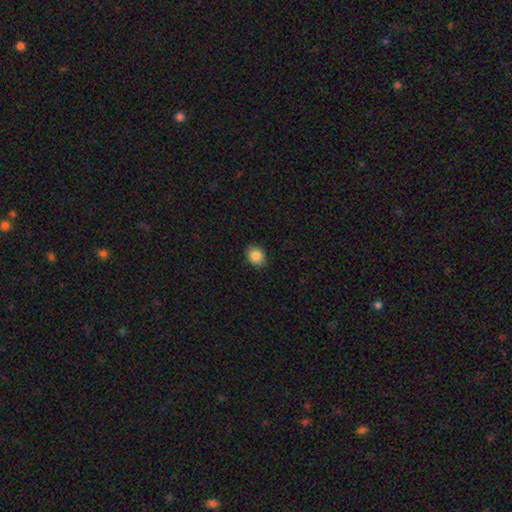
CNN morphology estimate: A smooth galaxy with no disk features (87%) that is in between round and cigar-shaped (53%).

Vote fractions:
- Smooth or featured? smooth: 87% / star or artifact: 9% / featured or disk: 4%
- How rounded? in between: 53% / round: 46% / cigar-shaped: 1%
- Merging? none: 88% / minor disturbance: 9% / major disturbance: 2% / merger: 1%